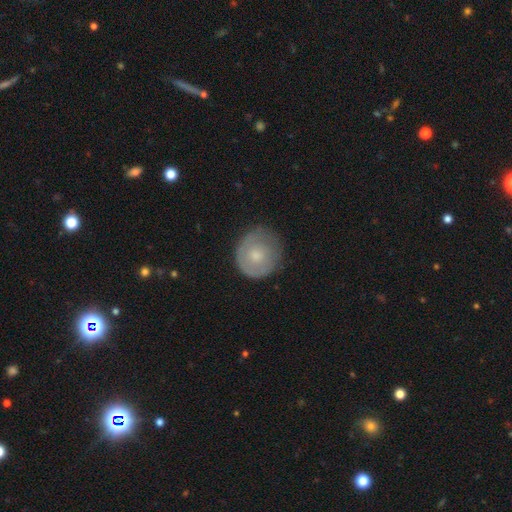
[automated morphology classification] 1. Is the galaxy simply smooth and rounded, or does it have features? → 63% smooth, 31% featured or disk, 7% star or artifact.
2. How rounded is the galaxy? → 88% round, 11% in between, 1% cigar-shaped.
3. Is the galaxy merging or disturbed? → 71% none, 21% minor disturbance, 7% major disturbance, 1% merger.